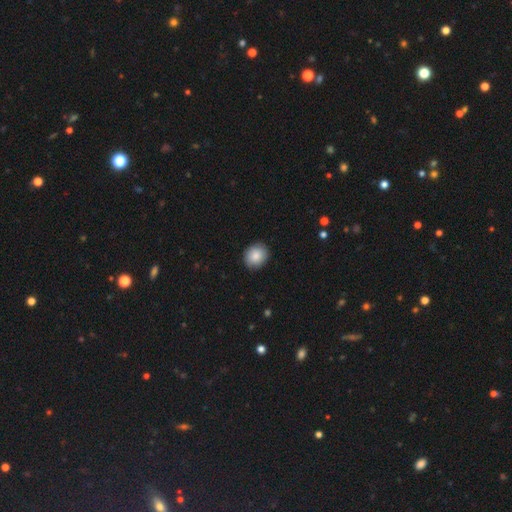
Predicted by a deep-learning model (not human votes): Q: Smooth or featured?
A: smooth (87%); runner-up: star or artifact (7%)
Q: How rounded?
A: round (71%); runner-up: in between (28%)
Q: Merging?
A: none (89%); runner-up: minor disturbance (8%)